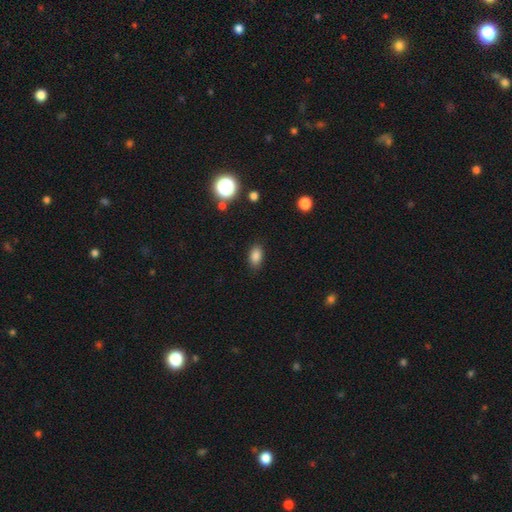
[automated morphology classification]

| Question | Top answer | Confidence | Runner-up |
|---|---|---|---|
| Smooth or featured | smooth | 84% | star or artifact (11%) |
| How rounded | in between | 88% | round (9%) |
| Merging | none | 85% | minor disturbance (11%) |